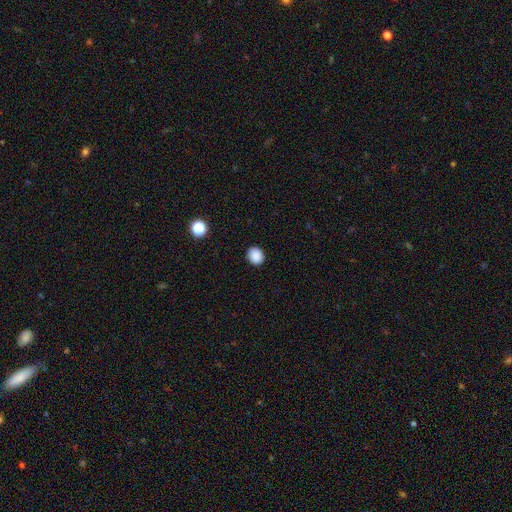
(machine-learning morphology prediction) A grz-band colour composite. It shows a smooth galaxy with no disk features (88%) that is round (77%). Merging: none (91%).